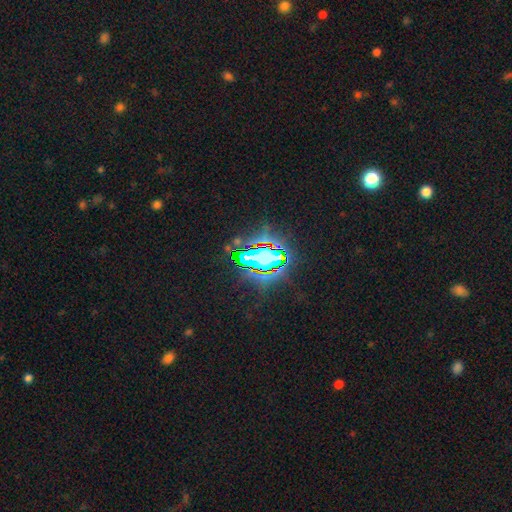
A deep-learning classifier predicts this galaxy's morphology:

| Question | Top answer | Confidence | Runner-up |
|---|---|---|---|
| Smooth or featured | star or artifact | 79% | smooth (11%) |